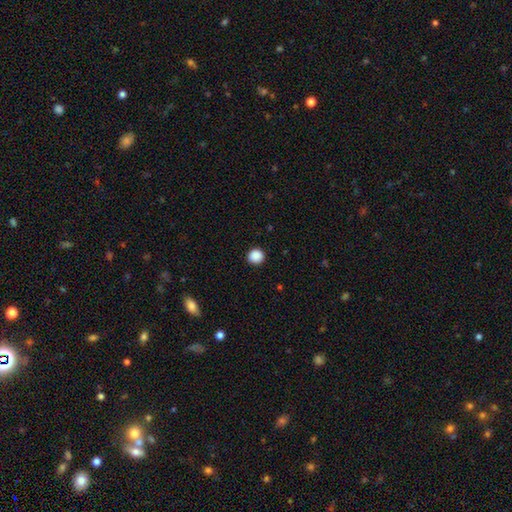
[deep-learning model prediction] Smooth or featured: smooth — 88% (star or artifact — 10%)
How rounded: round — 92% (in between — 7%)
Merging: none — 91% (minor disturbance — 6%)